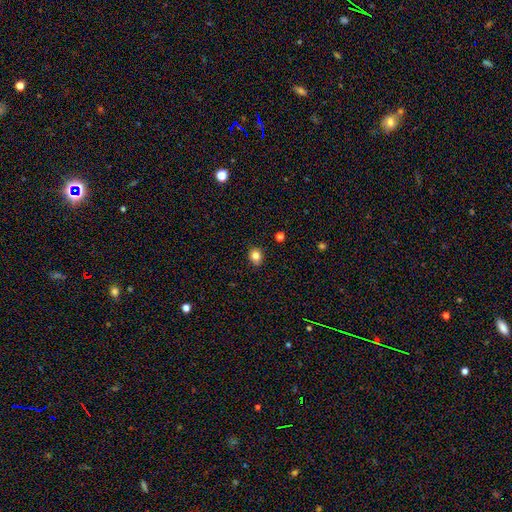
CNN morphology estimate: Smooth or featured: smooth — 82% (star or artifact — 11%)
How rounded: round — 67% (in between — 33%)
Merging: none — 87% (minor disturbance — 10%)